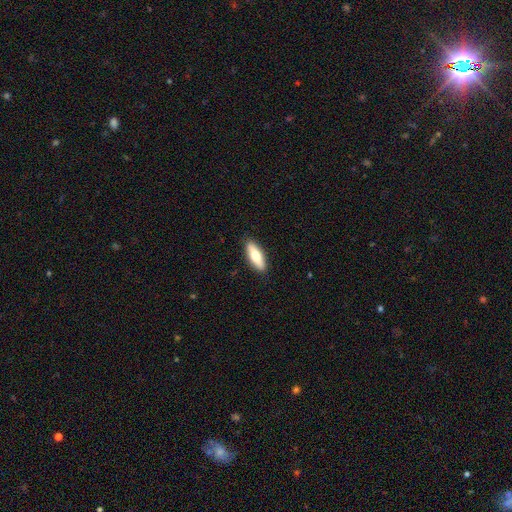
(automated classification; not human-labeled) Smooth or featured? smooth (65%)
How rounded? in between (58%)
Merging? none (89%)